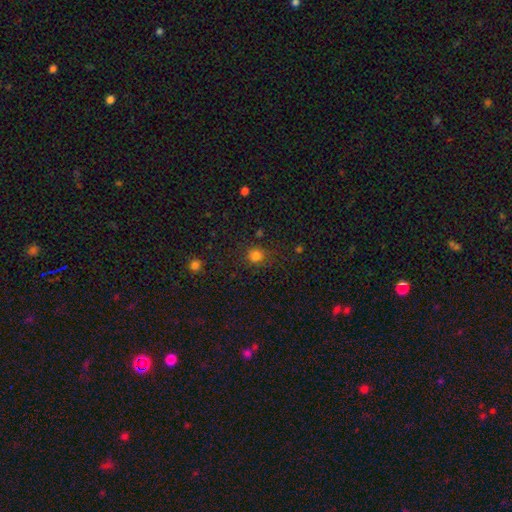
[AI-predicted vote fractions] smooth_or_featured: smooth (p=0.79) [alt: star or artifact p=0.16]
how_rounded: round (p=0.86) [alt: in between p=0.13]
merging: none (p=0.79) [alt: minor disturbance p=0.13]